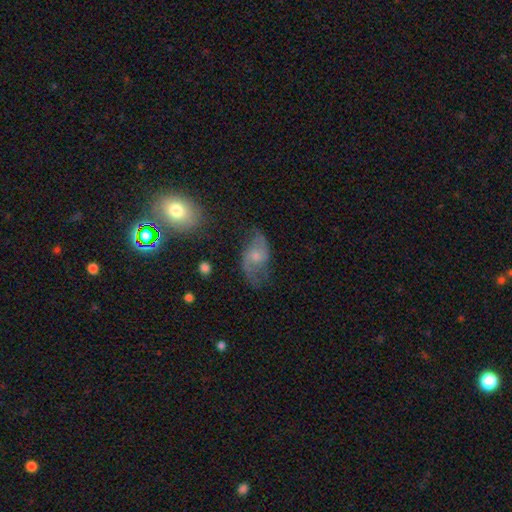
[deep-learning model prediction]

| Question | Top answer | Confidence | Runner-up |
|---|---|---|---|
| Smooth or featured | featured or disk | 65% | smooth (27%) |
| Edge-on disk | no | 95% | yes (5%) |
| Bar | no | 60% | weak (33%) |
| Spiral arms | yes | 86% | no (14%) |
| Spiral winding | loose | 60% | medium (31%) |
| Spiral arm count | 2 | 87% | can't tell (7%) |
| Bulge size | small | 48% | moderate (42%) |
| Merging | none | 59% | minor disturbance (25%) |